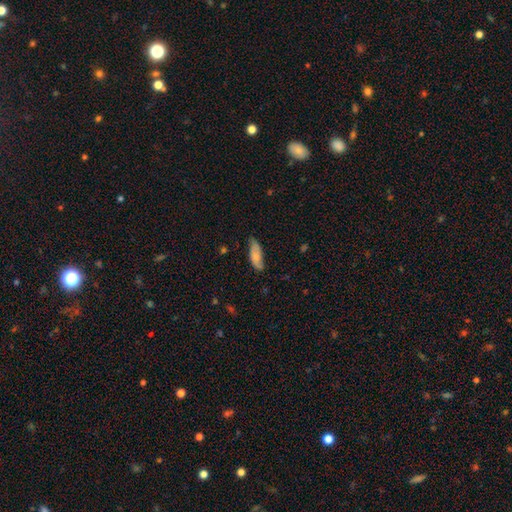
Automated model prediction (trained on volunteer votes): smooth-or-featured: smooth: 70% | featured or disk: 24% | star or artifact: 6%
  how-rounded: in between: 71% | cigar-shaped: 27% | round: 2%
  merging: none: 66% | minor disturbance: 27% | major disturbance: 5% | merger: 2%